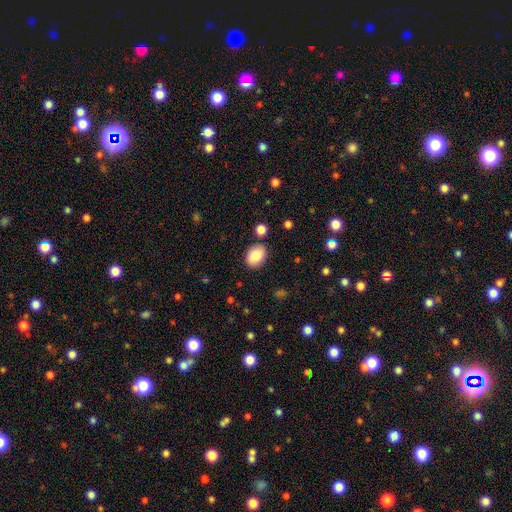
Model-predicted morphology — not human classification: type=smooth (86%); roundness=in between (73%); merging=none (83%).